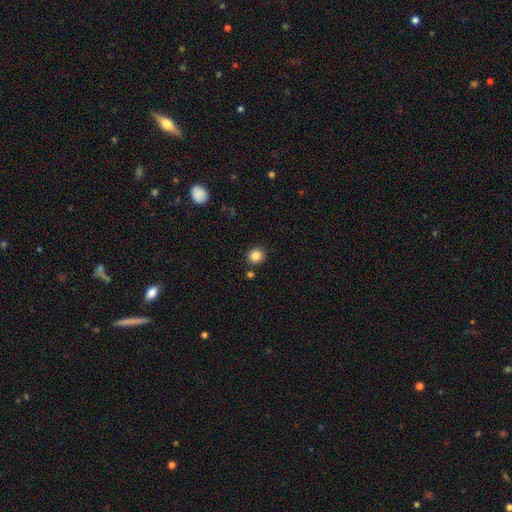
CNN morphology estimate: The model was most divided on "smooth or featured": smooth: 85%, star or artifact: 10%, featured or disk: 5%. More confident: how rounded — round (88%); merging — none (88%).